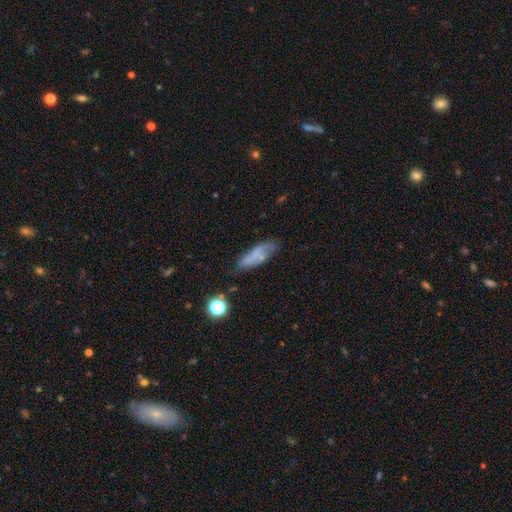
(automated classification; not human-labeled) smooth 56%, featured or disk 33%, star or artifact 11%. Down the decision tree: how rounded — in between (55%); merging — none (58%).